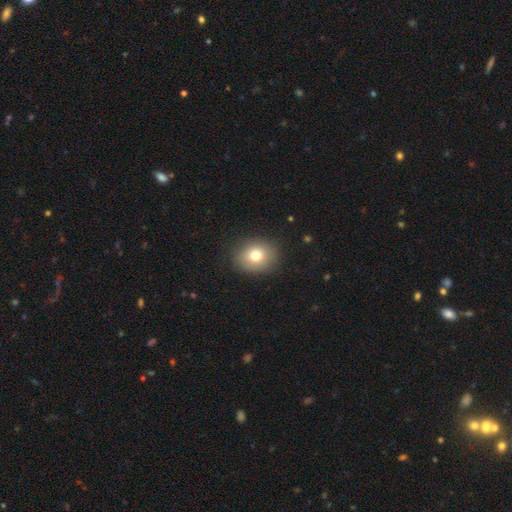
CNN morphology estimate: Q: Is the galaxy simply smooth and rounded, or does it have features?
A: smooth — 77%.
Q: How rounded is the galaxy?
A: round — 60%.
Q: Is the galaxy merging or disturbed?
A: none — 85%.